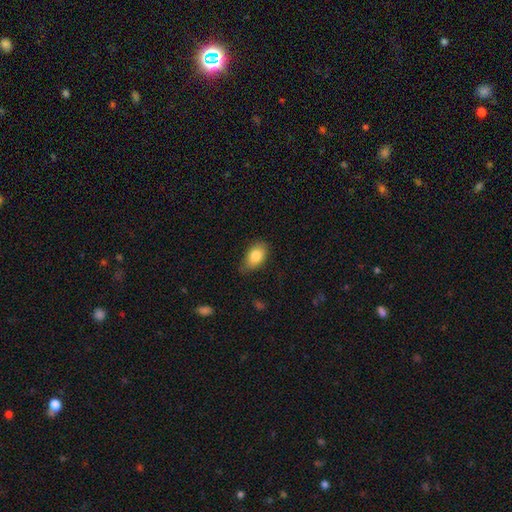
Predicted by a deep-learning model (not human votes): This appears to be a smooth galaxy with no disk features (83%) that is in between round and cigar-shaped (89%). Merging: none (70%).